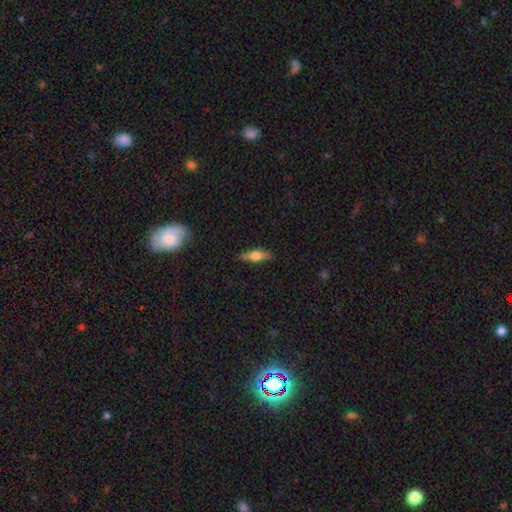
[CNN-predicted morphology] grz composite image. It shows a smooth galaxy with no disk features (48%). Merging: none (87%).